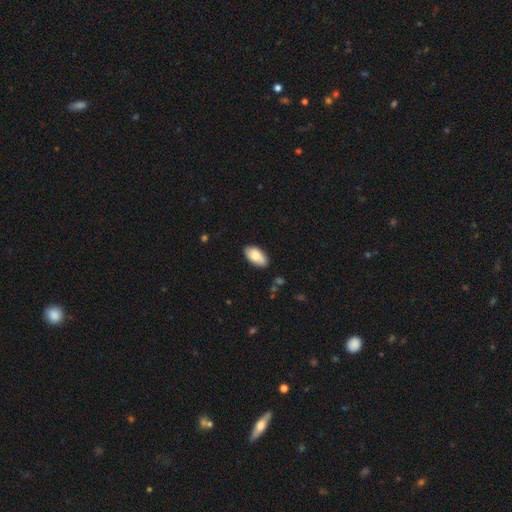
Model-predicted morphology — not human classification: Smooth or featured?
  - smooth: 81% *
  - featured or disk: 13%
  - star or artifact: 6%
How rounded?
  - in between: 95% *
  - round: 3%
  - cigar-shaped: 2%
Merging?
  - none: 81% *
  - minor disturbance: 15%
  - major disturbance: 2%
  - merger: 2%